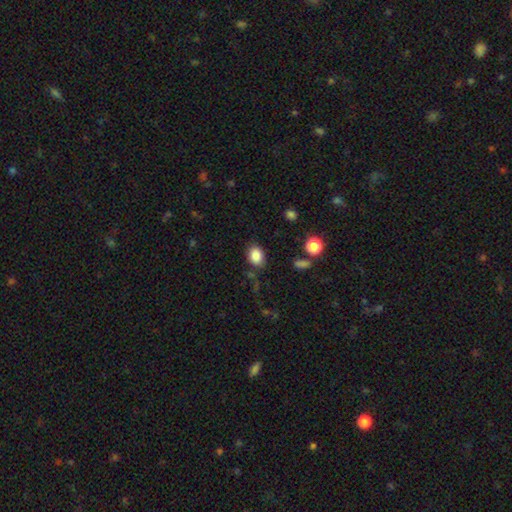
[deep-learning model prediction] Overall: smooth (85%). How rounded: in between (68%; round 31%). Merging: none (80%).